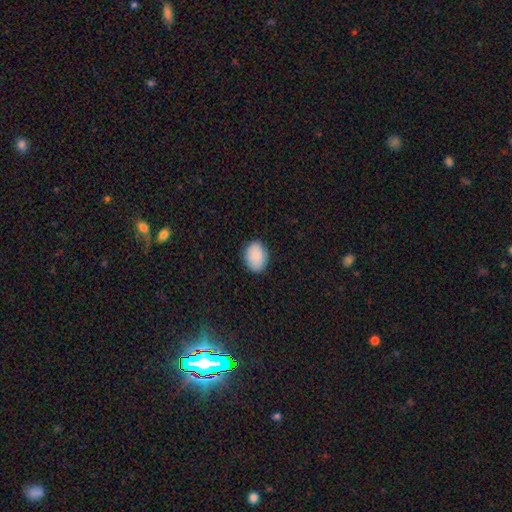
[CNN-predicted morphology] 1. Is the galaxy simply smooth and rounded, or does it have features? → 90% smooth, 7% star or artifact, 4% featured or disk.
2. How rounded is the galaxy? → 78% in between, 21% round, 1% cigar-shaped.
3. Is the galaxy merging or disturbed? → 87% none, 10% minor disturbance, 2% major disturbance, 1% merger.